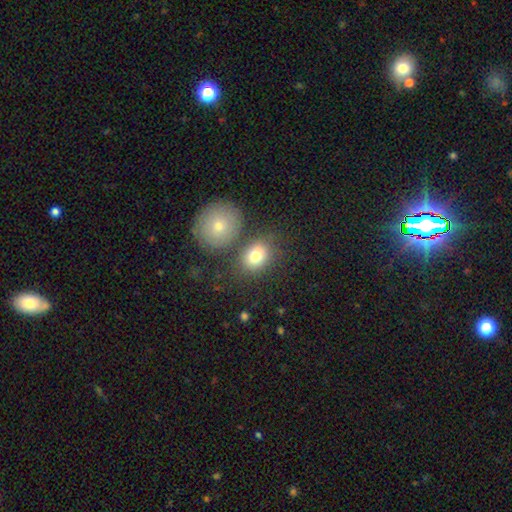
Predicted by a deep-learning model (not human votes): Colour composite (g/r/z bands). It shows a smooth galaxy with no disk features (77%) that is in between round and cigar-shaped (56%). Merging: none (66%).